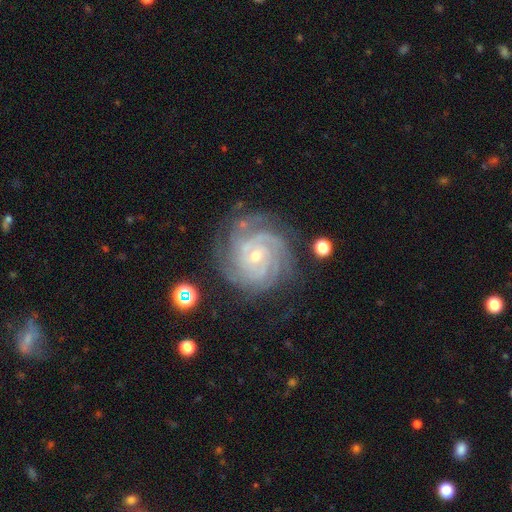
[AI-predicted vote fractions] This appears to be a featured or disk galaxy (89%) with no bar (70%), 4 (31%) tight (78%) spiral arms (98%) and a small central bulge (65%). Merging: none (76%).